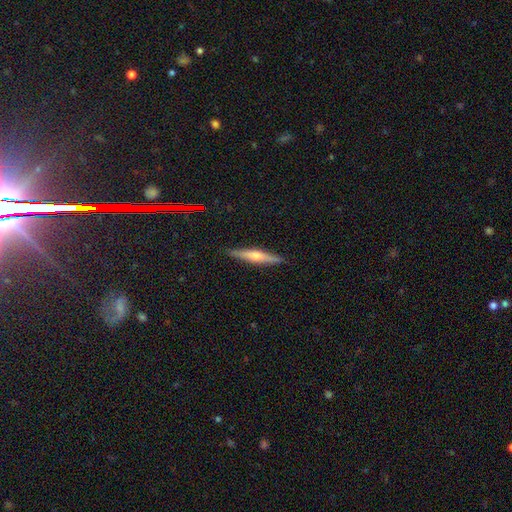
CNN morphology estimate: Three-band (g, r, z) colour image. It shows a featured or disk galaxy (62%) viewed edge-on (96%) with a rounded central bulge (81%). Merging: none (90%).